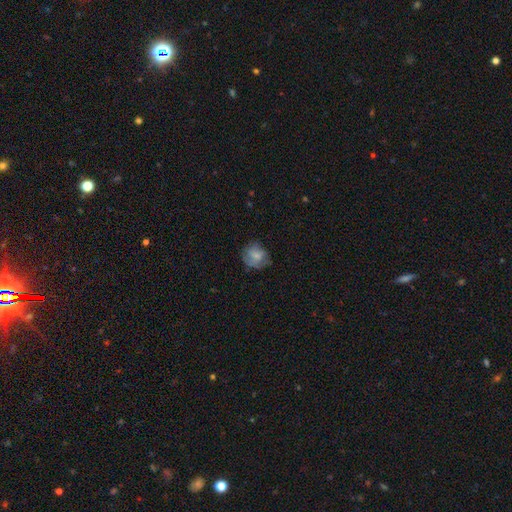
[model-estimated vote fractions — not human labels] This is likely a smooth galaxy (67%). How rounded: likely round (75%). Merging: likely none (62%).